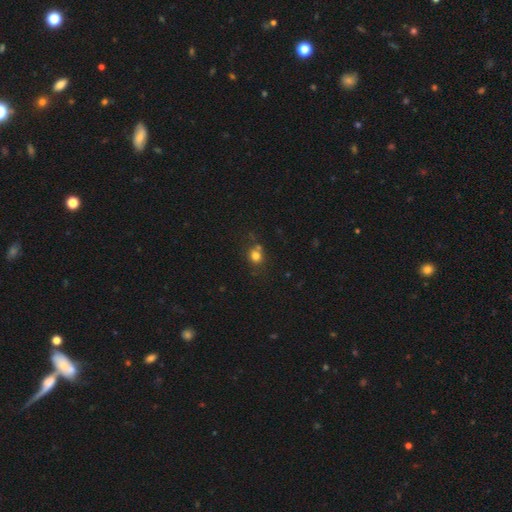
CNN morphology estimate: type=smooth (77%); roundness=round (78%); merging=none (62%).